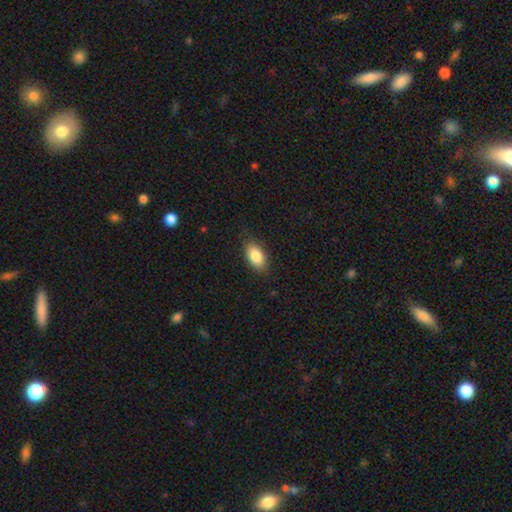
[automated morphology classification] Overall: smooth (86%). How rounded: in between (92%). Merging: none (85%).